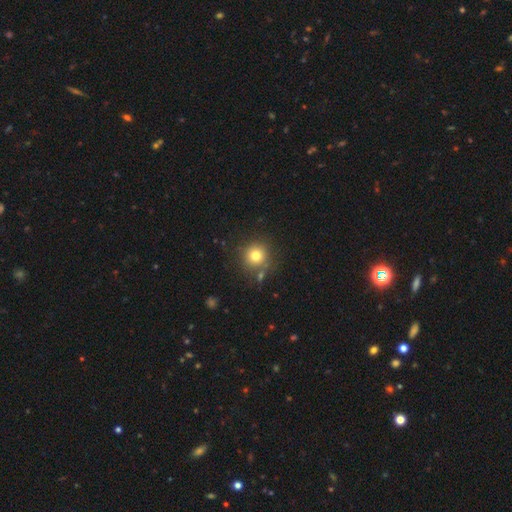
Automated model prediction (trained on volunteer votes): This appears to be a smooth galaxy with no disk features (77%) that is round (94%). Merging: none (80%).